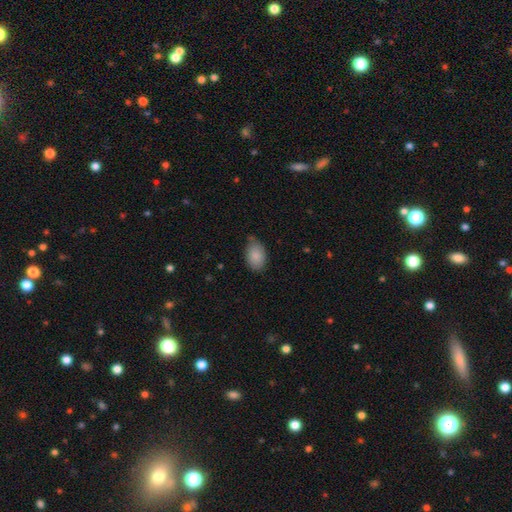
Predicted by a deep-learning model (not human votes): Smooth or featured: smooth — 88% (star or artifact — 7%)
How rounded: in between — 90% (round — 9%)
Merging: none — 66% (minor disturbance — 27%)